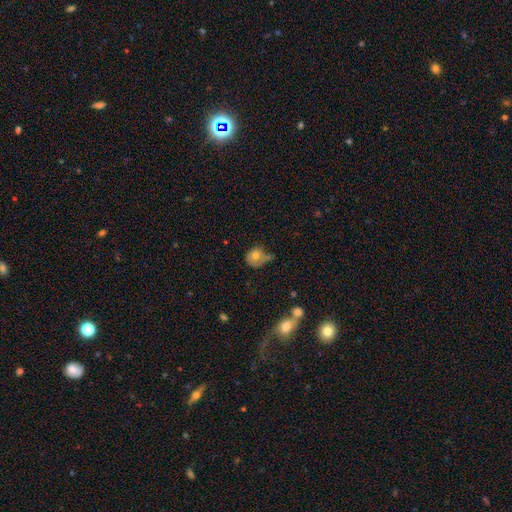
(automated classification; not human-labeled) smooth-or-featured: smooth: 67% | featured or disk: 24% | star or artifact: 9%
  how-rounded: round: 66% | in between: 33% | cigar-shaped: 1%
  merging: minor disturbance: 32% | none: 29% | major disturbance: 27% | merger: 11%